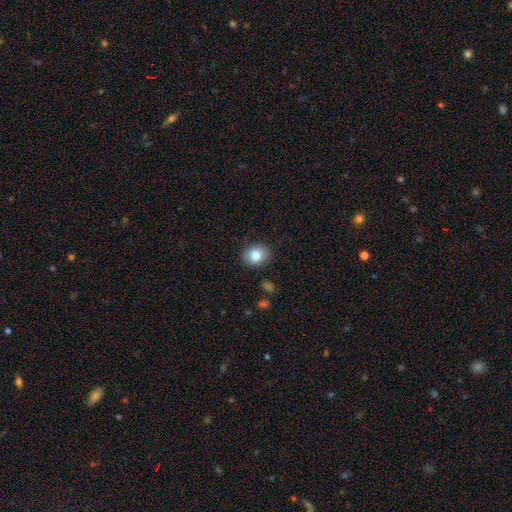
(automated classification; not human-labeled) Overall: smooth (83%). How rounded: round (69%; in between 30%). Merging: none (88%).